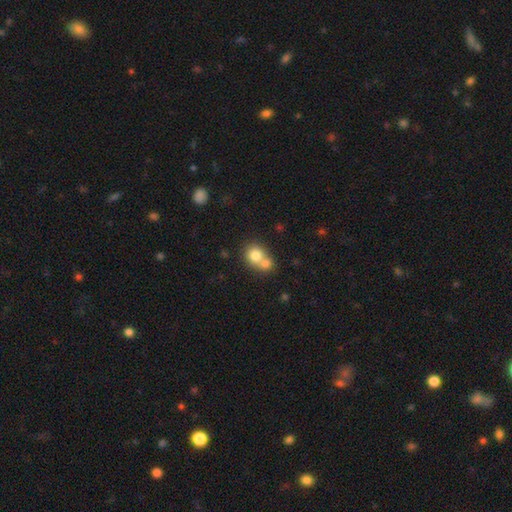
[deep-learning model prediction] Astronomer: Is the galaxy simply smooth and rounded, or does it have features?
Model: smooth — 77%.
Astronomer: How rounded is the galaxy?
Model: round — 75%.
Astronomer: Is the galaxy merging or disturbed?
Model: merger — 59%.